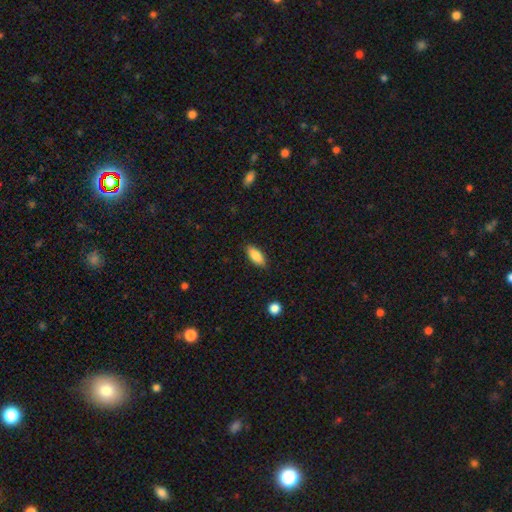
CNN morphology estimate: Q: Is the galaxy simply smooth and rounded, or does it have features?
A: smooth — 86%.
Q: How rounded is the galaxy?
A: in between — 82%.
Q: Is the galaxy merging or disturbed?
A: none — 87%.